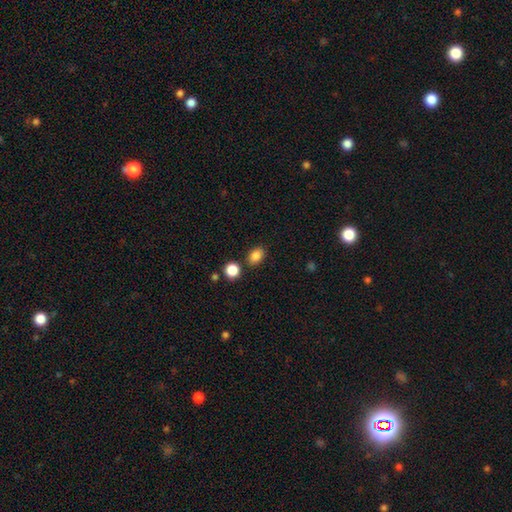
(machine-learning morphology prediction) smooth 86%, star or artifact 10%, featured or disk 4%. Down the decision tree: how rounded — in between (69%); merging — none (82%).